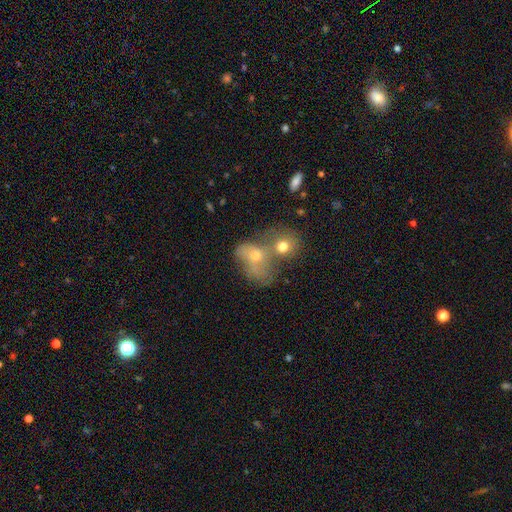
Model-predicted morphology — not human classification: smooth 53%, featured or disk 32%, star or artifact 15%. Down the decision tree: how rounded — in between (58%); merging — merger (65%).